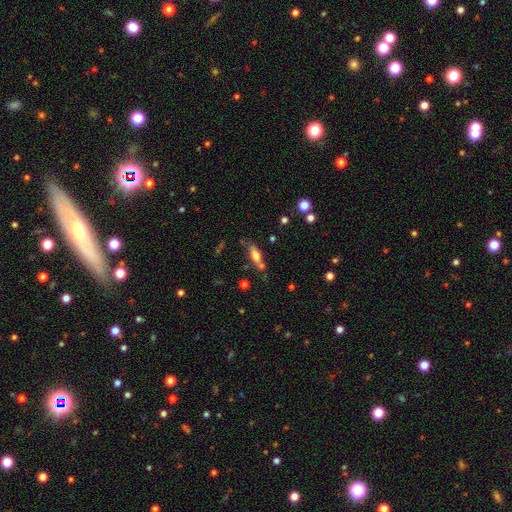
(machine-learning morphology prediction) type=smooth (62%); roundness=in between (60%); merging=none (57%).